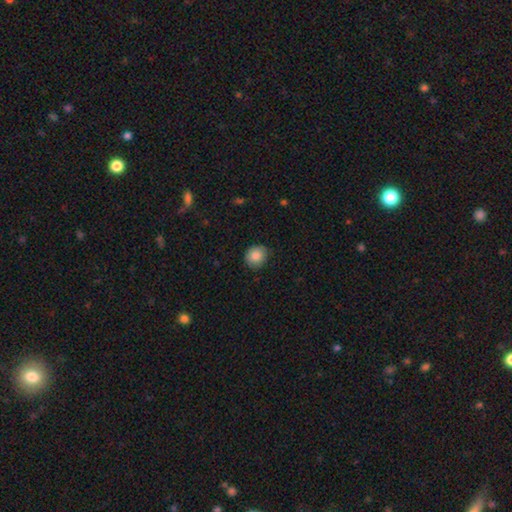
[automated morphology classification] smooth 86%, star or artifact 8%, featured or disk 6%. Down the decision tree: how rounded — round (81%); merging — none (80%).